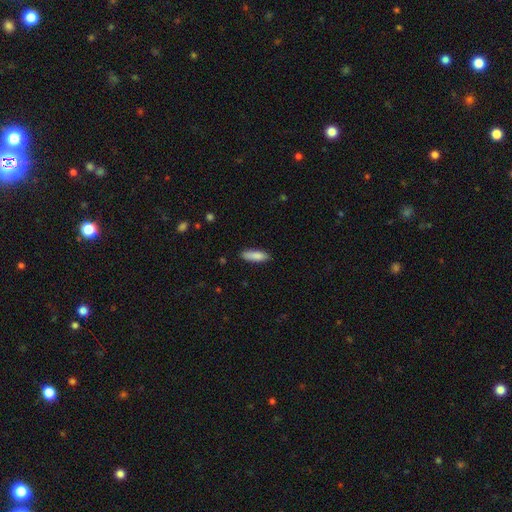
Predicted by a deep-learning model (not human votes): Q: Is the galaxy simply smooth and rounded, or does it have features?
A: smooth — 87%.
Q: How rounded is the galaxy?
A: cigar-shaped — 52%.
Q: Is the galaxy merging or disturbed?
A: none — 84%.